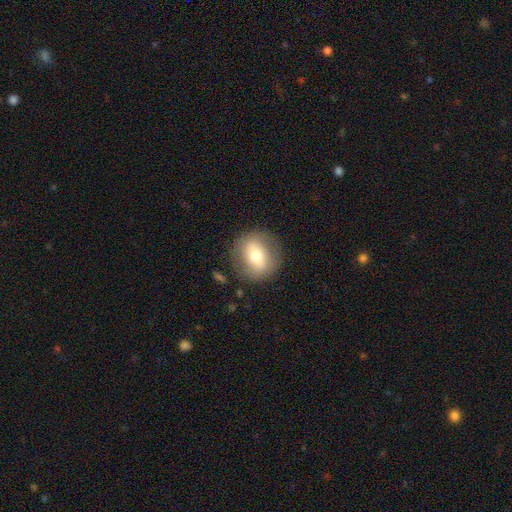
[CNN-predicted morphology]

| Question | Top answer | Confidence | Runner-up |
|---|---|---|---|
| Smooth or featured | smooth | 58% | featured or disk (34%) |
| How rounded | round | 80% | in between (19%) |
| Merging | none | 84% | minor disturbance (10%) |